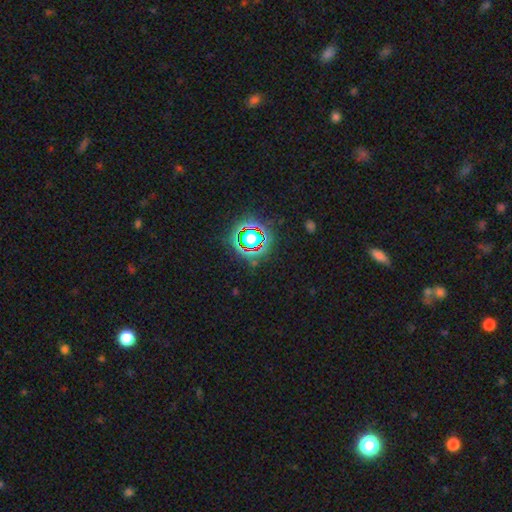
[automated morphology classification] Smooth or featured? star or artifact (75%)